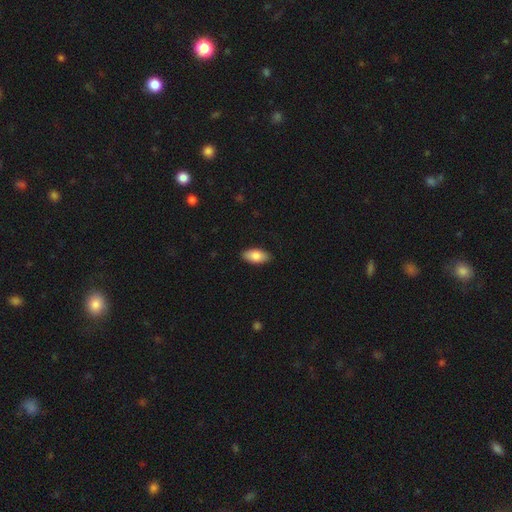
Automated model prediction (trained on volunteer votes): Smooth or featured? smooth (84%)
How rounded? in between (92%)
Merging? none (89%)